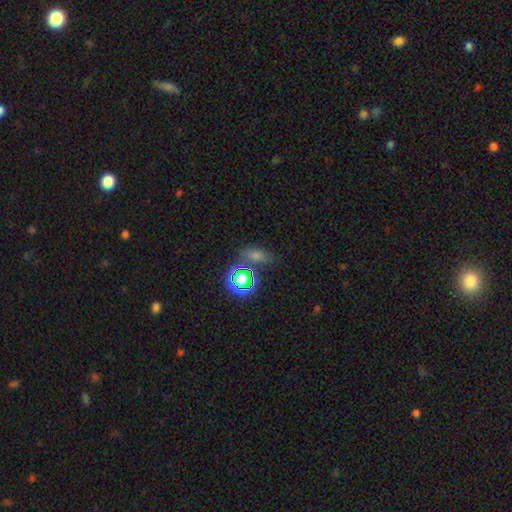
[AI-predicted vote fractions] Smooth or featured? Predicted: smooth (p=0.46). Merging? Predicted: none (p=0.73).